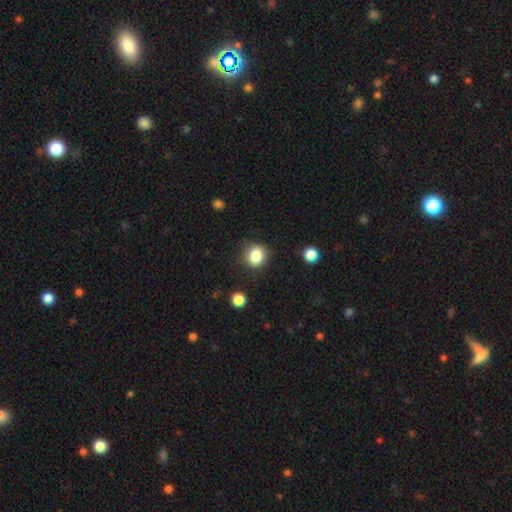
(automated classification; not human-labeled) smooth_or_featured: smooth (p=0.84) [alt: star or artifact p=0.10]
how_rounded: round (p=0.80) [alt: in between p=0.19]
merging: none (p=0.85) [alt: minor disturbance p=0.10]